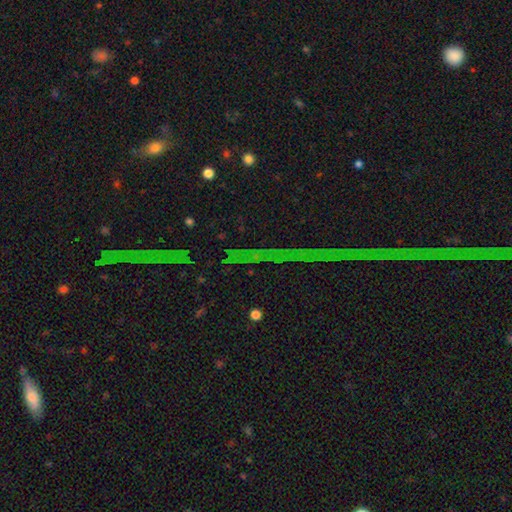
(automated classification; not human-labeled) A star or artifact, not a galaxy (83%).

Vote fractions:
- Smooth or featured? star or artifact: 83% / featured or disk: 10% / smooth: 7%